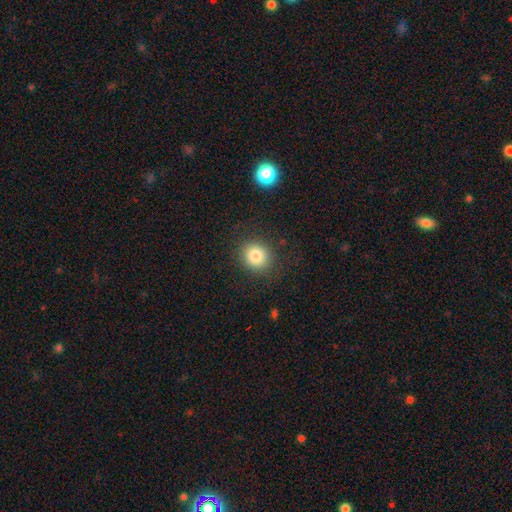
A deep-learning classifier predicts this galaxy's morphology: Q: Smooth or featured?
A: smooth (81%); runner-up: star or artifact (11%)
Q: How rounded?
A: round (83%); runner-up: in between (16%)
Q: Merging?
A: none (87%); runner-up: minor disturbance (8%)